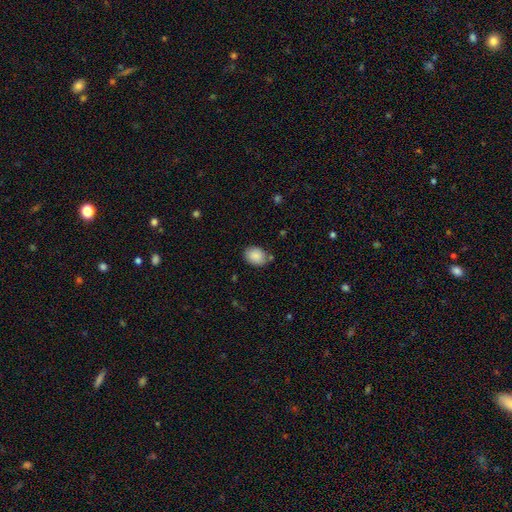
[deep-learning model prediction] smooth 88%, star or artifact 7%, featured or disk 5%. Down the decision tree: how rounded — in between (60%); merging — none (75%).